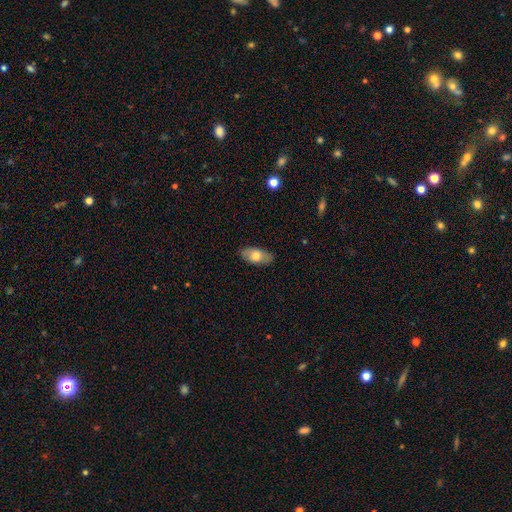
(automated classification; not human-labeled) Smooth or featured? smooth (70%)
How rounded? in between (92%)
Merging? none (85%)